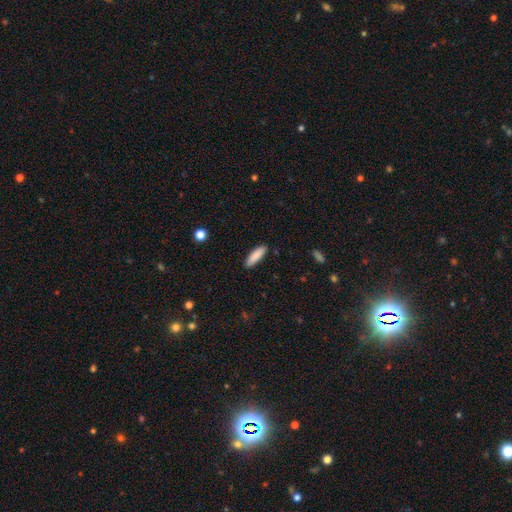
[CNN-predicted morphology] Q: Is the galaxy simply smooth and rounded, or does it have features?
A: smooth — 87%.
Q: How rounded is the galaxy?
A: cigar-shaped — 61%.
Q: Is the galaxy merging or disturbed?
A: none — 89%.